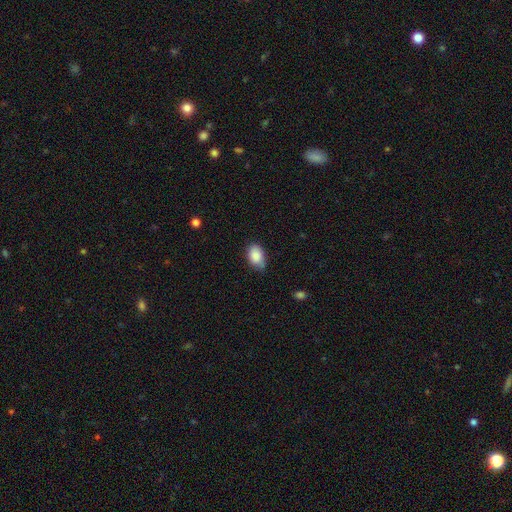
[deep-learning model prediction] This is clearly a smooth galaxy (87%). How rounded: clearly in between (86%). Merging: likely none (65%).